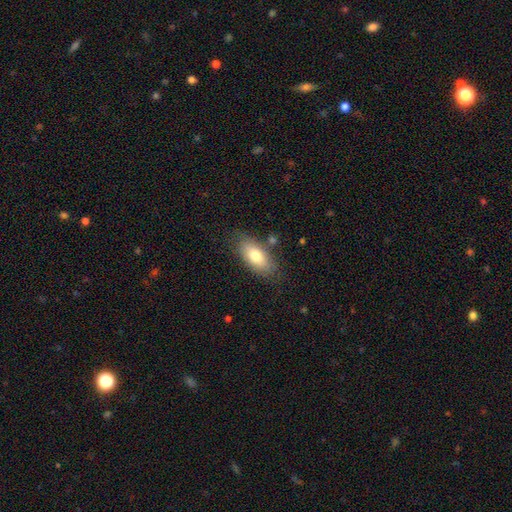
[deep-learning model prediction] Smooth or featured: smooth — 75% (featured or disk — 18%)
How rounded: in between — 88% (cigar-shaped — 9%)
Merging: none — 78% (minor disturbance — 14%)